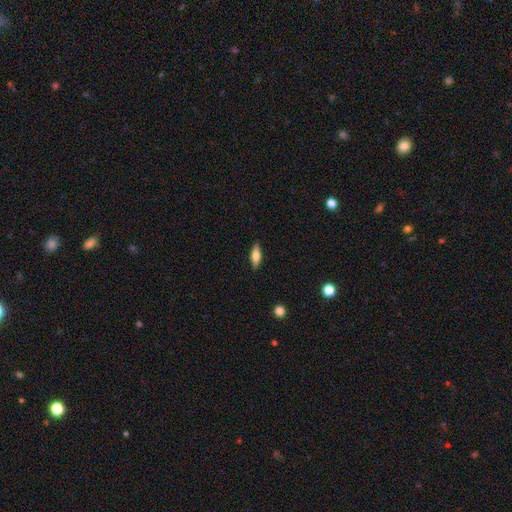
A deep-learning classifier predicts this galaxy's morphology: Smooth or featured: smooth — 57% (featured or disk — 36%)
How rounded: in between — 56% (cigar-shaped — 41%)
Merging: none — 88% (minor disturbance — 9%)